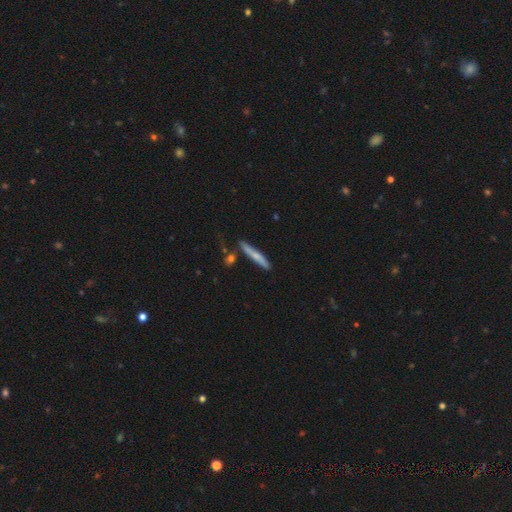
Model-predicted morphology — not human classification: A smooth galaxy with no disk features (61%) that is cigar-shaped (94%). Merging: none (77%).